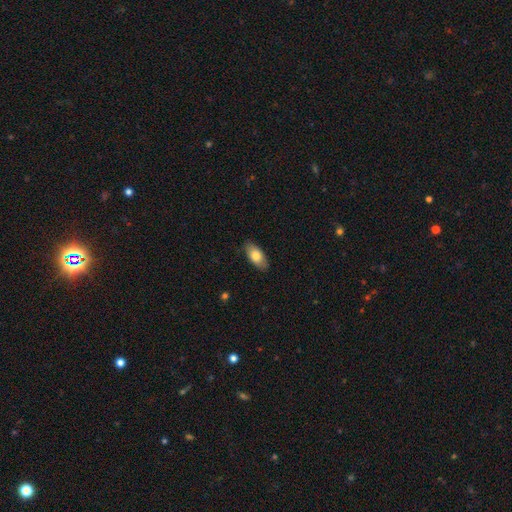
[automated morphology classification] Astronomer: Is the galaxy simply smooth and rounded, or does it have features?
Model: smooth — 77%.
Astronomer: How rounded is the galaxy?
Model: in between — 90%.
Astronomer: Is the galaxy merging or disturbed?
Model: none — 85%.